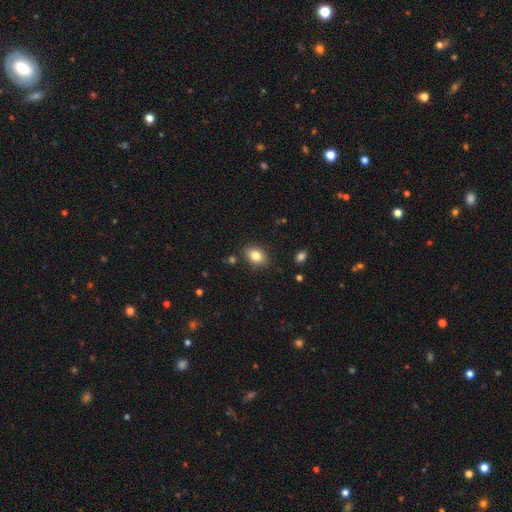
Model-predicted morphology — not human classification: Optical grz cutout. It shows a smooth galaxy with no disk features (81%) that is in between round and cigar-shaped (78%). Merging: none (84%).